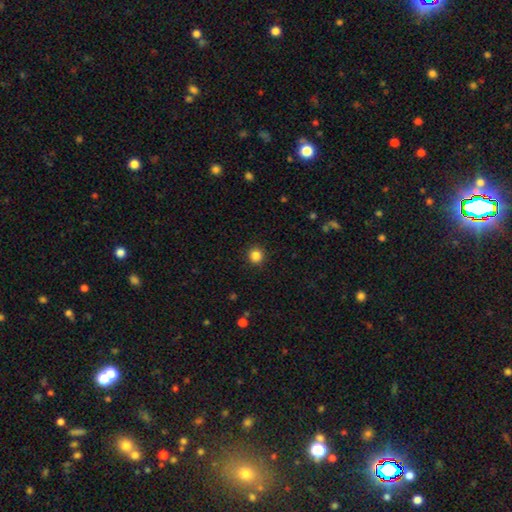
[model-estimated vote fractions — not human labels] Smooth or featured? smooth (85%)
How rounded? round (94%)
Merging? none (92%)